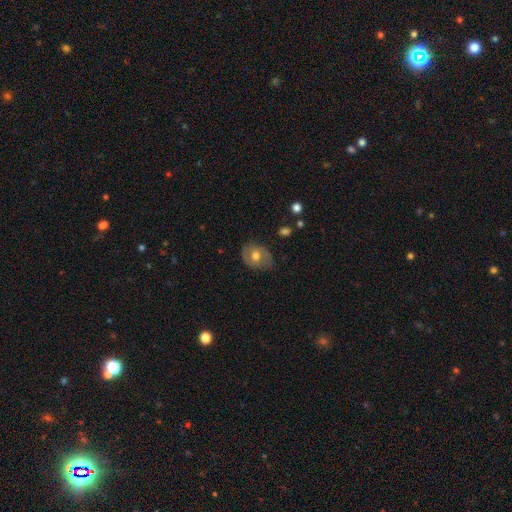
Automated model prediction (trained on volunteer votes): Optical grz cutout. It shows a smooth galaxy with no disk features (50%). Merging: none (73%).